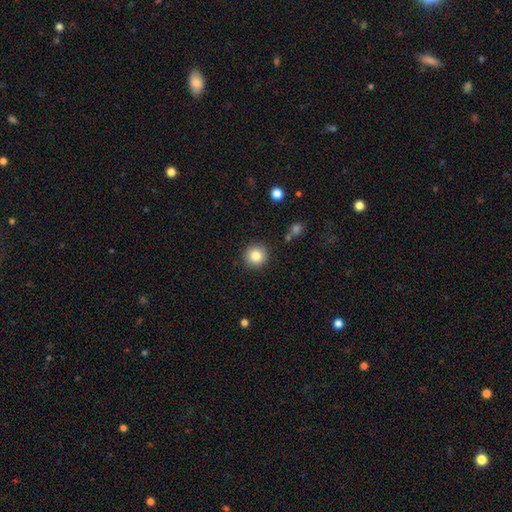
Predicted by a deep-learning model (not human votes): This appears to be a smooth galaxy with no disk features (83%) that is round (93%). Merging: none (90%).